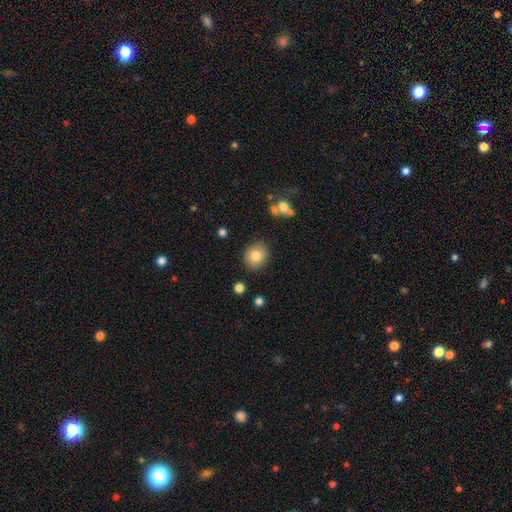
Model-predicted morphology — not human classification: This appears to be a smooth galaxy with no disk features (82%) that is round (75%). Merging: none (87%).